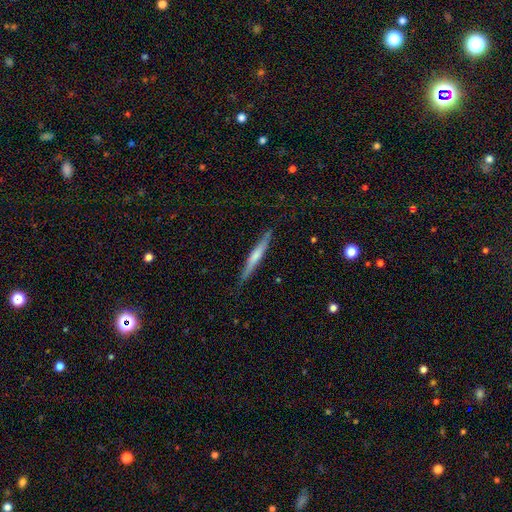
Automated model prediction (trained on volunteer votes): featured or disk 50%, smooth 45%, star or artifact 6%. Down the decision tree: merging — none (86%).